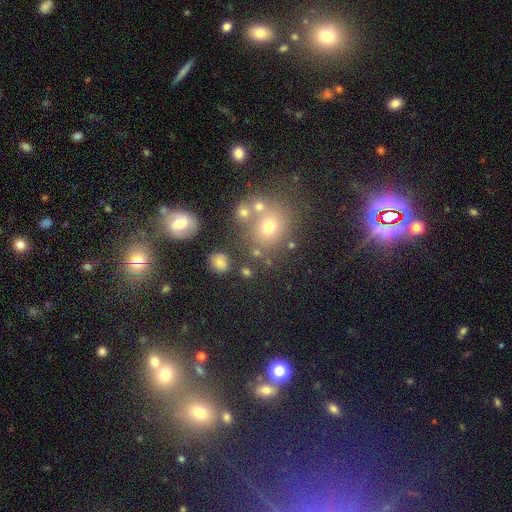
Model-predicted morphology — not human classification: Smooth or featured: star or artifact — 44% (tied with smooth — 44%)